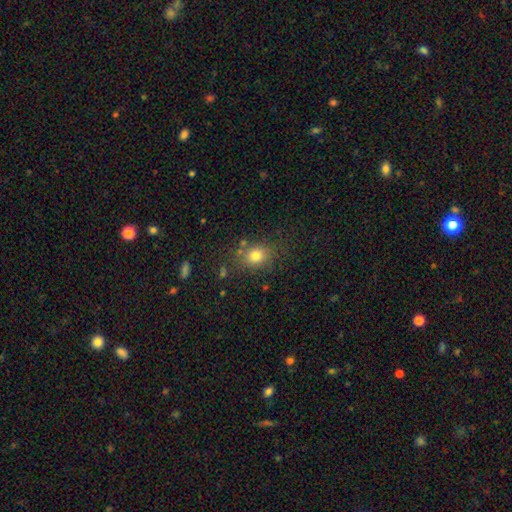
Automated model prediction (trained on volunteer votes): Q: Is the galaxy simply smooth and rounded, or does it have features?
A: smooth — 78%.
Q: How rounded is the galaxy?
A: round — 57%.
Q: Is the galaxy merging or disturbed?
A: none — 77%.